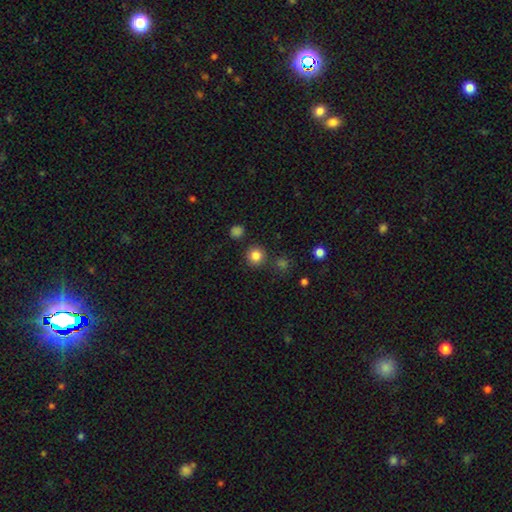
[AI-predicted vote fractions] Smooth or featured: smooth — 83% (star or artifact — 12%)
How rounded: round — 94% (in between — 5%)
Merging: none — 86% (minor disturbance — 7%)